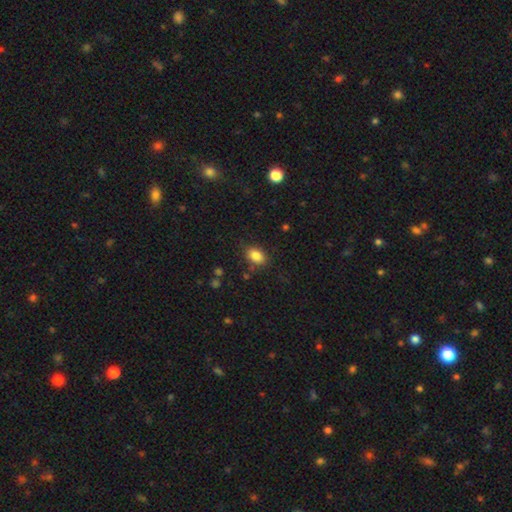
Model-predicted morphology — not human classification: Overall: smooth (84%). How rounded: in between (79%). Merging: none (79%).